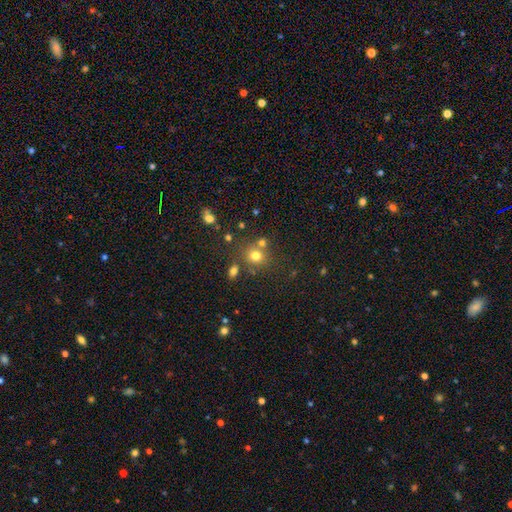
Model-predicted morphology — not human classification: Smooth or featured? Predicted: smooth (p=0.72). How rounded? Predicted: round (p=0.83). Merging? Predicted: none (p=0.65).